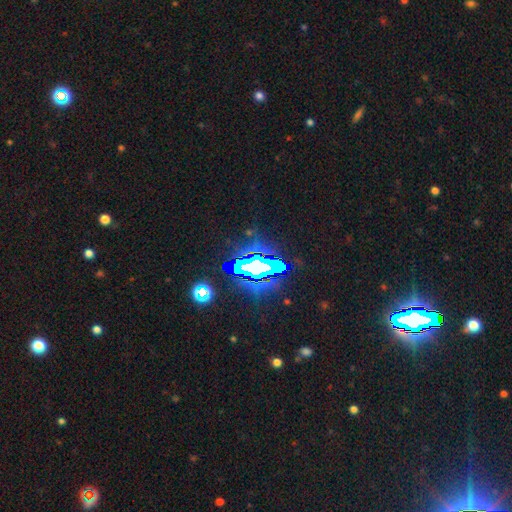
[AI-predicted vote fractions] A star or artifact, not a galaxy (70%).

Vote fractions:
- Smooth or featured? star or artifact: 70% / featured or disk: 15% / smooth: 15%